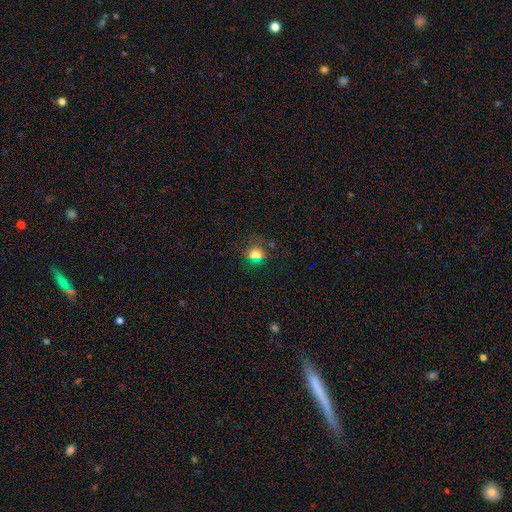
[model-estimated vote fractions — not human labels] Smooth or featured: smooth — 76% (star or artifact — 17%)
How rounded: round — 61% (in between — 38%)
Merging: none — 78% (minor disturbance — 14%)